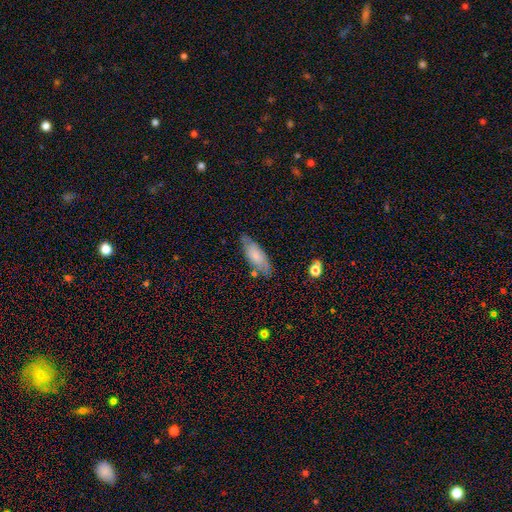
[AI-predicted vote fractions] Smooth or featured? Predicted: smooth (p=0.72). How rounded? Predicted: in between (p=0.73). Merging? Predicted: none (p=0.70).